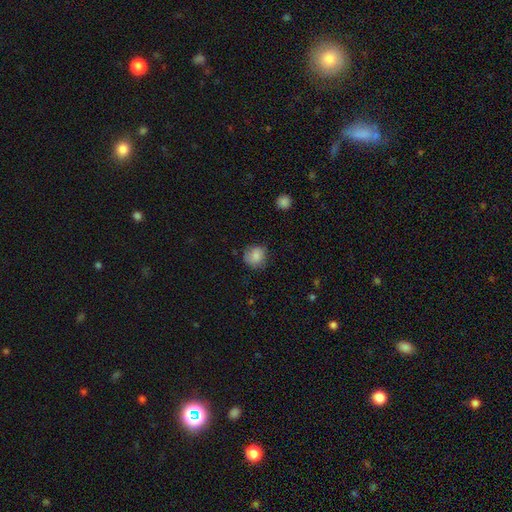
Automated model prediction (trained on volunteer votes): A smooth galaxy with no disk features (82%) that is round (82%). Merging: none (70%).